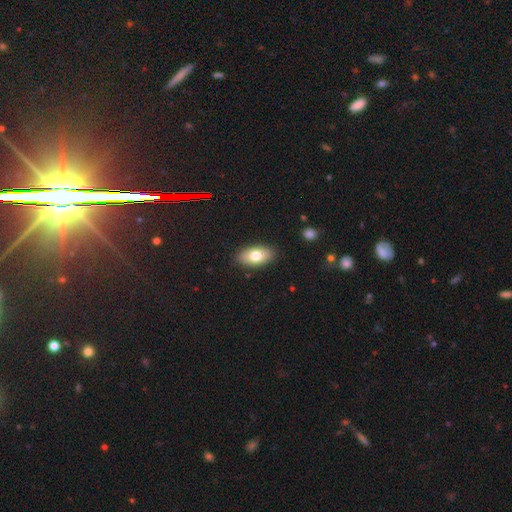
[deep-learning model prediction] Smooth or featured: smooth — 75% (featured or disk — 18%)
How rounded: in between — 92% (round — 5%)
Merging: none — 88% (minor disturbance — 9%)